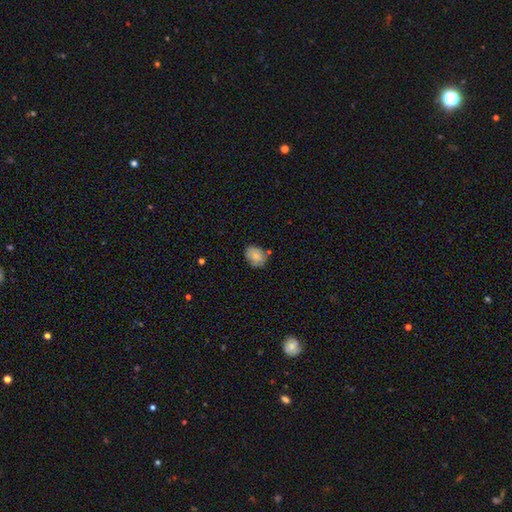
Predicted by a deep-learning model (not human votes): Q: Smooth or featured?
A: smooth (79%); runner-up: featured or disk (13%)
Q: How rounded?
A: in between (53%); runner-up: round (46%)
Q: Merging?
A: none (67%); runner-up: minor disturbance (23%)